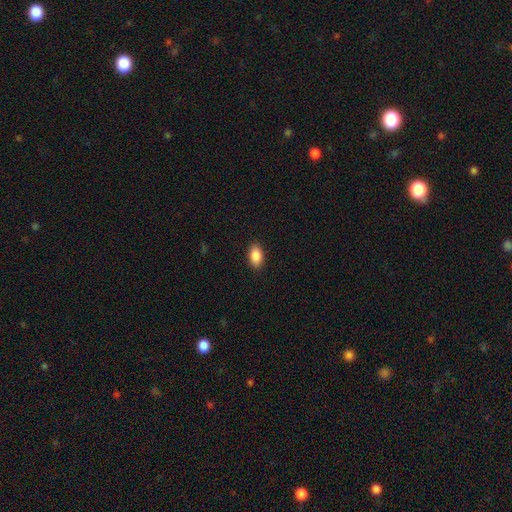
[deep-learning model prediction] Smooth or featured? Predicted: smooth (p=0.89). How rounded? Predicted: in between (p=0.92). Merging? Predicted: none (p=0.89).